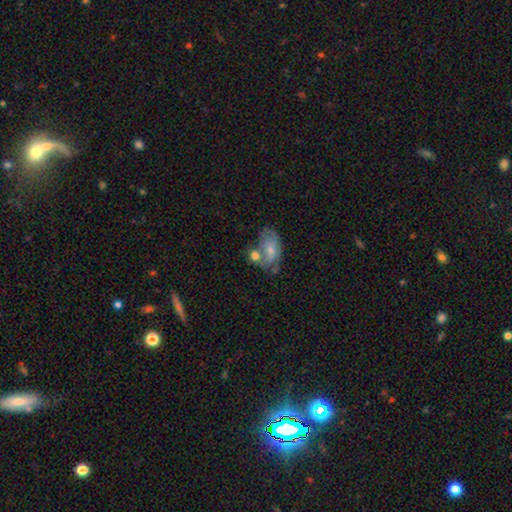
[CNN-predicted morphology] type=smooth (58%); roundness=in between (76%); merging=merger (42%).